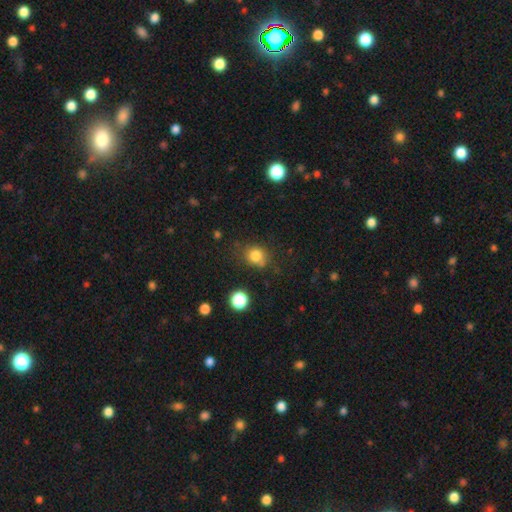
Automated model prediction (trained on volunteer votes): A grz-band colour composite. It shows a smooth galaxy with no disk features (80%) that is round (72%). Merging: none (68%).